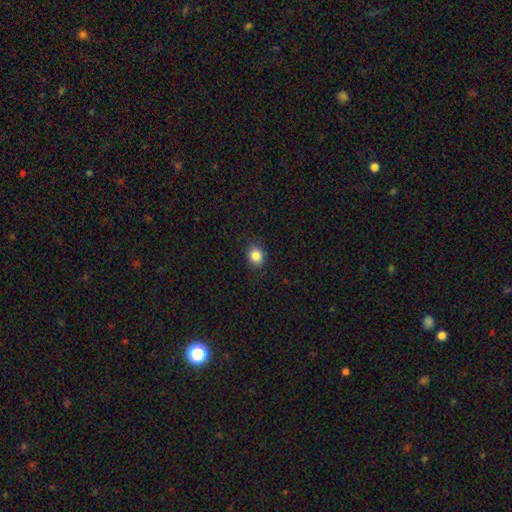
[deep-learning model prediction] Overall: smooth (85%). How rounded: round (72%). Merging: none (89%).